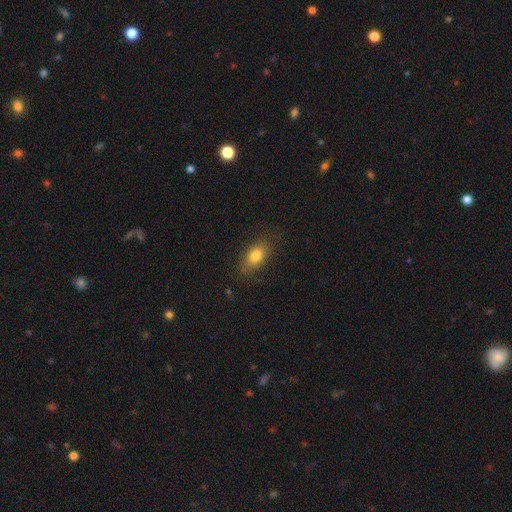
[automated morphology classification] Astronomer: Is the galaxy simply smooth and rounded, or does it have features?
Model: smooth — 80%.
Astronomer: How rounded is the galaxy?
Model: in between — 83%.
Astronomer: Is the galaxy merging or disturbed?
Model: none — 79%.